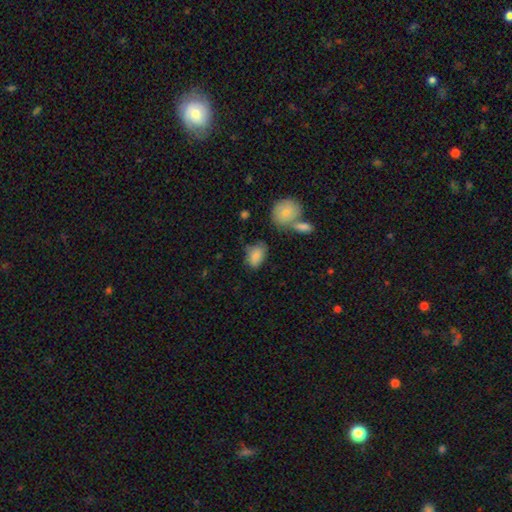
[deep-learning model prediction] Smooth or featured?
  - smooth: 82% *
  - featured or disk: 11%
  - star or artifact: 7%
How rounded?
  - in between: 85% *
  - round: 13%
  - cigar-shaped: 2%
Merging?
  - none: 54% *
  - minor disturbance: 27%
  - merger: 10%
  - major disturbance: 9%